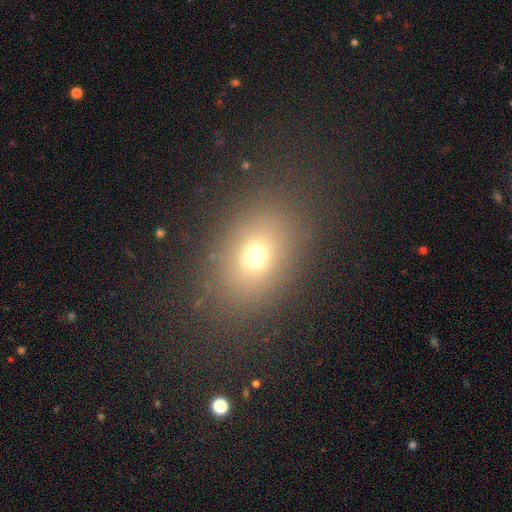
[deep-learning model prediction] This appears to be a smooth galaxy with no disk features (69%) that is in between round and cigar-shaped (62%). Merging: none (83%).